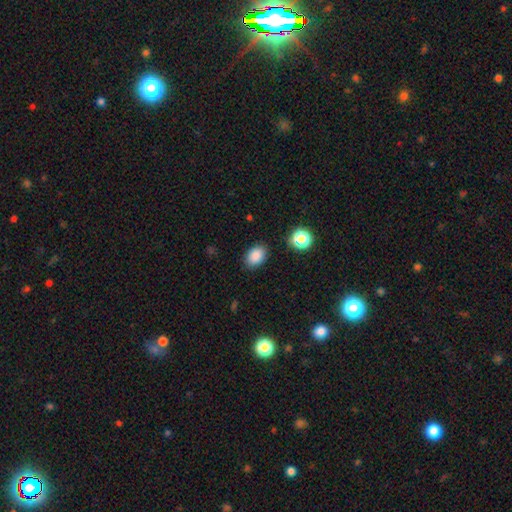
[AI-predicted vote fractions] Q: Smooth or featured?
A: smooth (86%); runner-up: star or artifact (10%)
Q: How rounded?
A: in between (83%); runner-up: round (15%)
Q: Merging?
A: none (86%); runner-up: minor disturbance (10%)